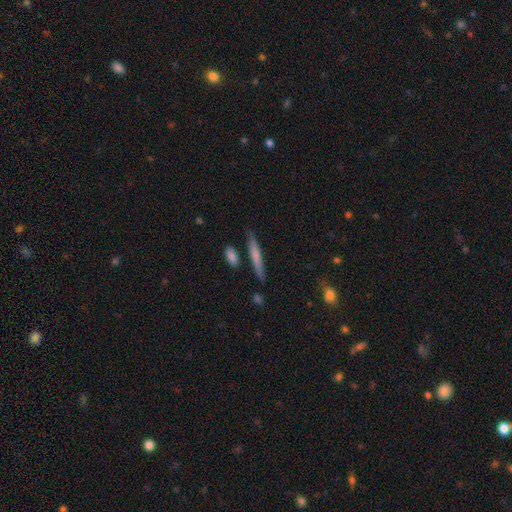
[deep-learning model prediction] smooth 63%, featured or disk 31%, star or artifact 6%. Down the decision tree: how rounded — cigar-shaped (93%); merging — none (81%).